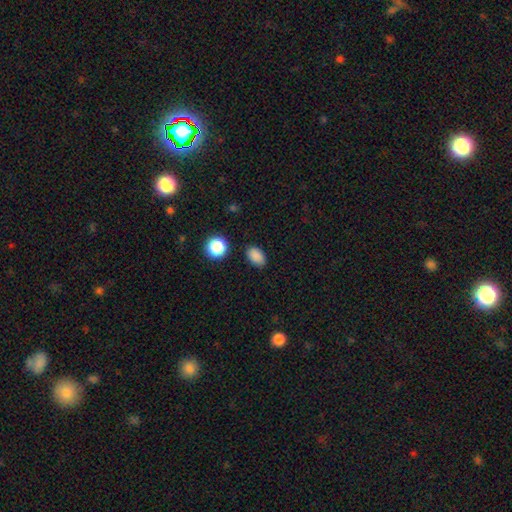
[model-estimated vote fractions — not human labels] smooth-or-featured: smooth: 86% | star or artifact: 11% | featured or disk: 3%
  how-rounded: in between: 82% | round: 16% | cigar-shaped: 1%
  merging: none: 85% | minor disturbance: 10% | major disturbance: 3% | merger: 2%